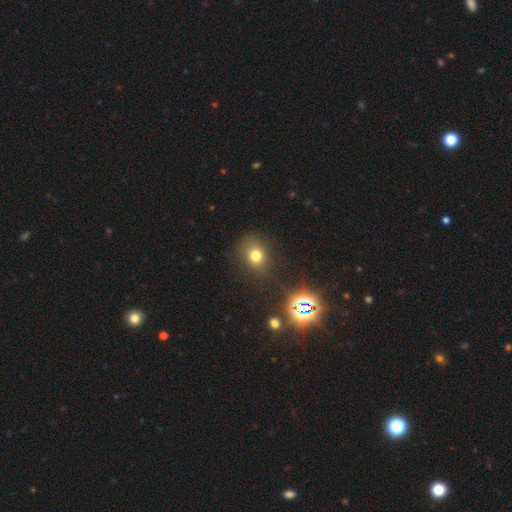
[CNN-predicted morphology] Q: Smooth or featured?
A: smooth (72%); runner-up: star or artifact (19%)
Q: How rounded?
A: round (61%); runner-up: in between (38%)
Q: Merging?
A: none (80%); runner-up: minor disturbance (13%)